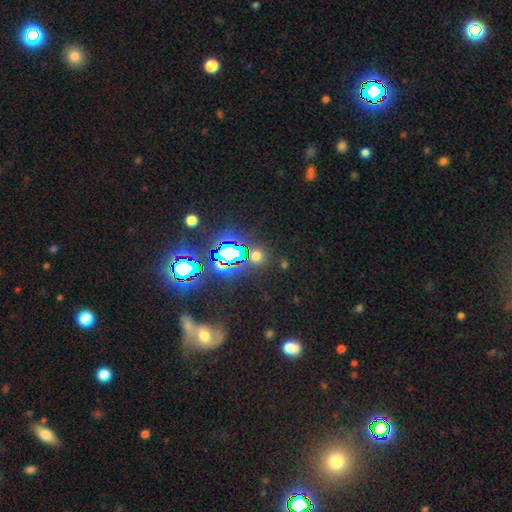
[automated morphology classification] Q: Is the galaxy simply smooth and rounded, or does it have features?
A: star or artifact — 48%.